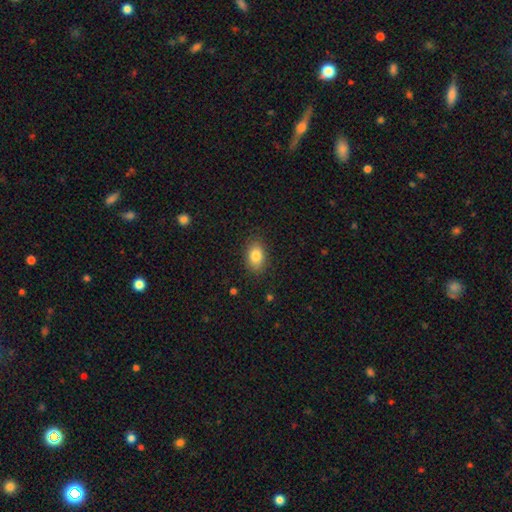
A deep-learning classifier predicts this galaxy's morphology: This is clearly a smooth galaxy (83%). How rounded: clearly in between (84%). Merging: clearly none (85%).